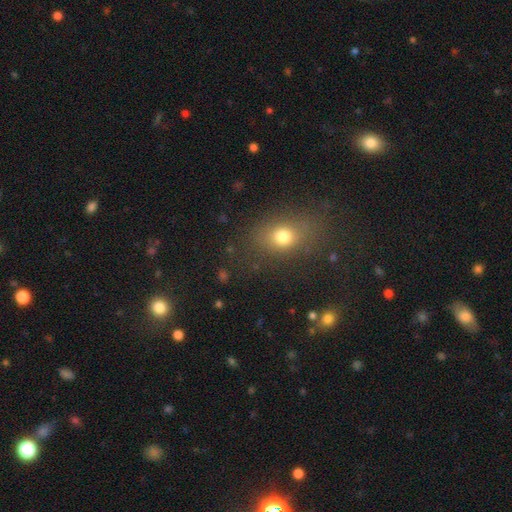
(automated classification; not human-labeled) Q: Smooth or featured?
A: smooth (64%); runner-up: star or artifact (25%)
Q: How rounded?
A: in between (63%); runner-up: round (35%)
Q: Merging?
A: none (81%); runner-up: minor disturbance (12%)